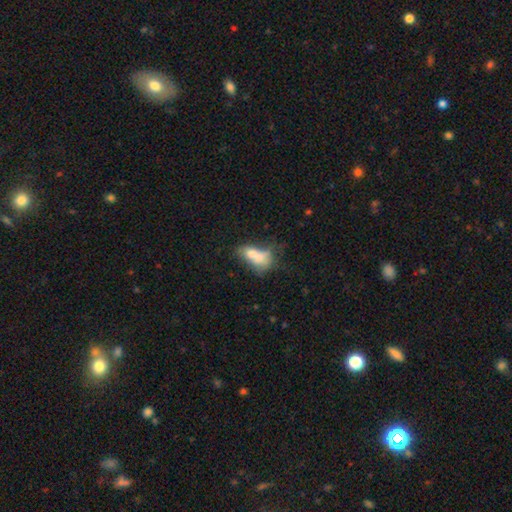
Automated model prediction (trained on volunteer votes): The model was most divided on "smooth or featured": smooth: 62%, featured or disk: 29%, star or artifact: 10%. More confident: how rounded — in between (80%); merging — merger (60%).